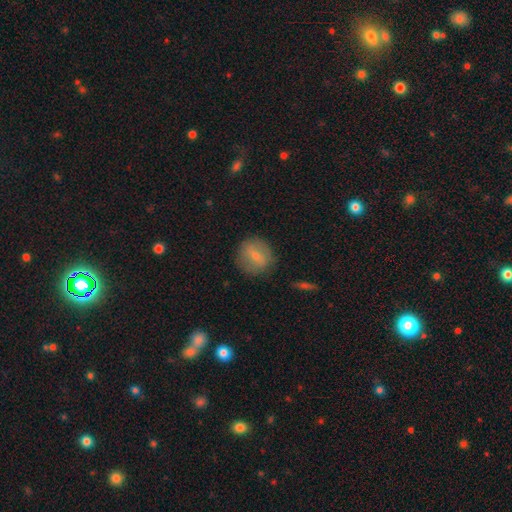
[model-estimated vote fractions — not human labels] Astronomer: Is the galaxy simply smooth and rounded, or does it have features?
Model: smooth — 62%.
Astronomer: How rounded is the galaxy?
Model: round — 81%.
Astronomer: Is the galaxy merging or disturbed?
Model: none — 82%.